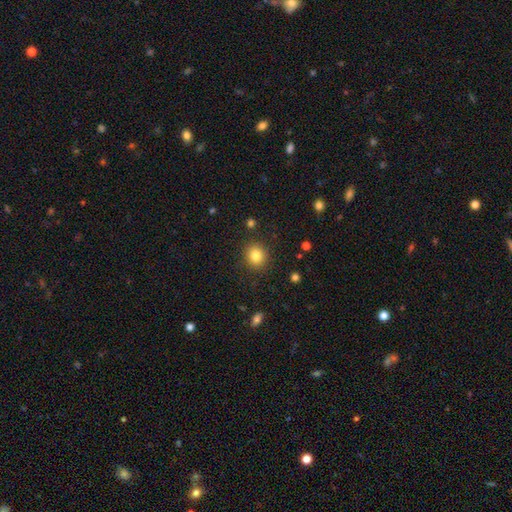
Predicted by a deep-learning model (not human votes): Q: Smooth or featured?
A: smooth (83%); runner-up: star or artifact (11%)
Q: How rounded?
A: round (82%); runner-up: in between (18%)
Q: Merging?
A: none (88%); runner-up: minor disturbance (8%)